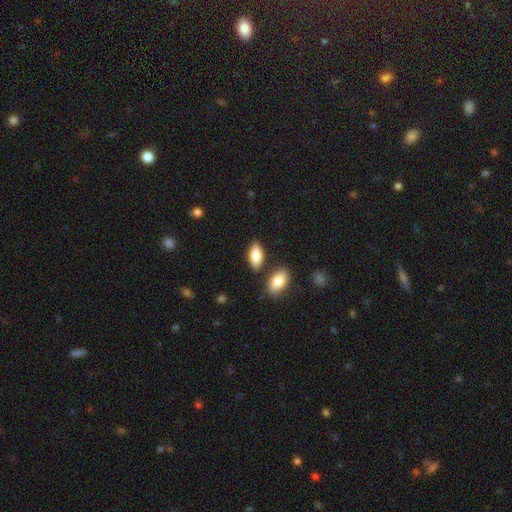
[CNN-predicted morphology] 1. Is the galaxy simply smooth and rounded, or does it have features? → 81% smooth, 13% featured or disk, 6% star or artifact.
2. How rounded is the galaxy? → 89% in between, 8% cigar-shaped, 3% round.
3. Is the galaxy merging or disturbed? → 80% none, 10% minor disturbance, 7% merger, 3% major disturbance.